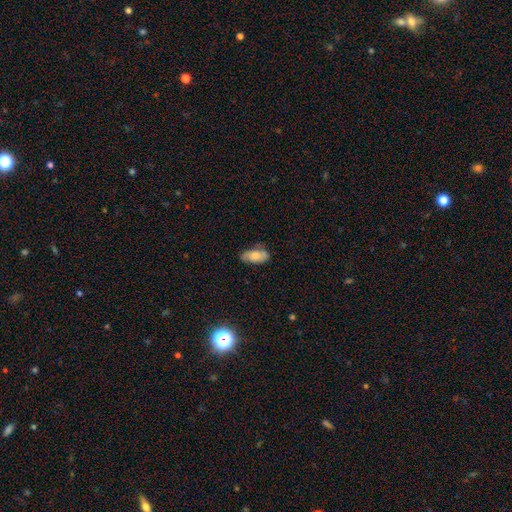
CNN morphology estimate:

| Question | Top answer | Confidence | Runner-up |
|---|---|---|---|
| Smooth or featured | smooth | 72% | featured or disk (21%) |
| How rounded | in between | 90% | cigar-shaped (7%) |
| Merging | none | 69% | minor disturbance (24%) |